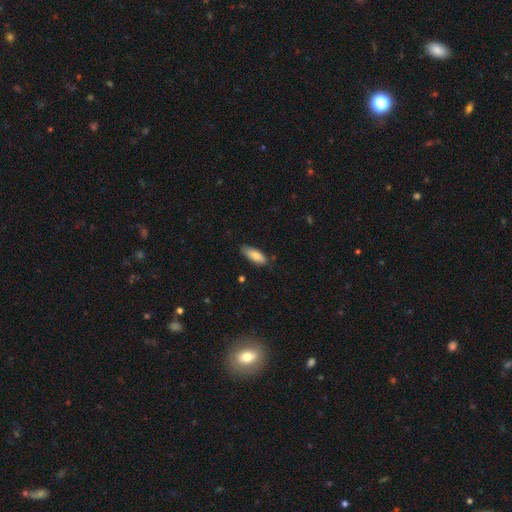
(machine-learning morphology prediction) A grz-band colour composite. It shows a smooth galaxy with no disk features (80%) that is in between round and cigar-shaped (76%). Merging: none (72%).